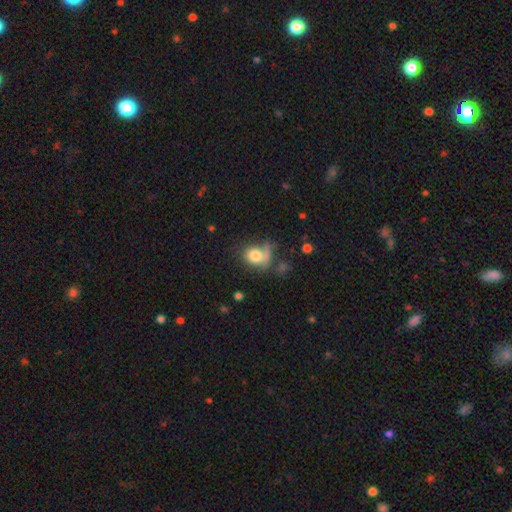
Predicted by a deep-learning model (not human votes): Morphology: type=smooth (77%); roundness=round (59%); merging=none (40%).